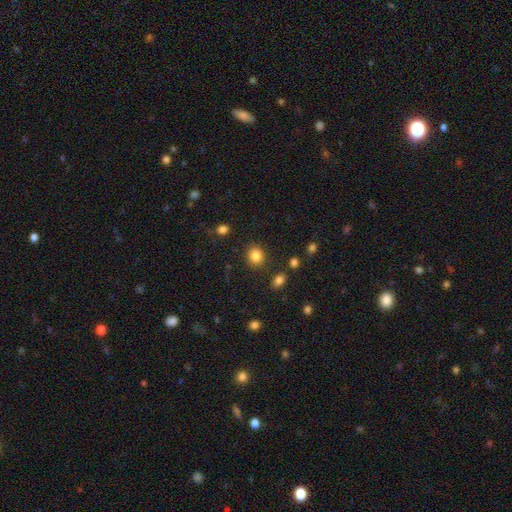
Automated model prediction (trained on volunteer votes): A smooth galaxy with no disk features (85%) that is round (77%). Merging: none (88%).